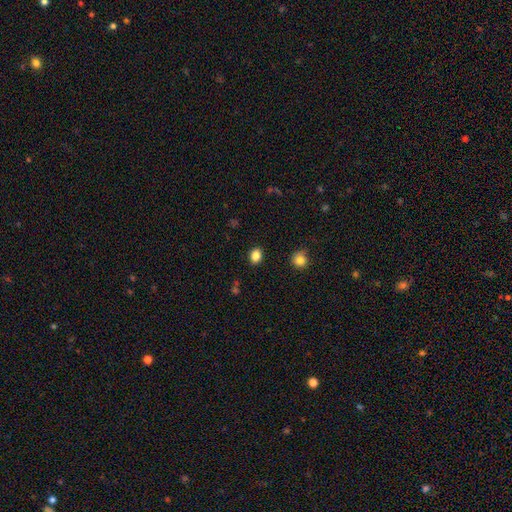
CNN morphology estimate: smooth 85%, star or artifact 11%, featured or disk 4%. Down the decision tree: how rounded — round (50%); merging — none (89%).